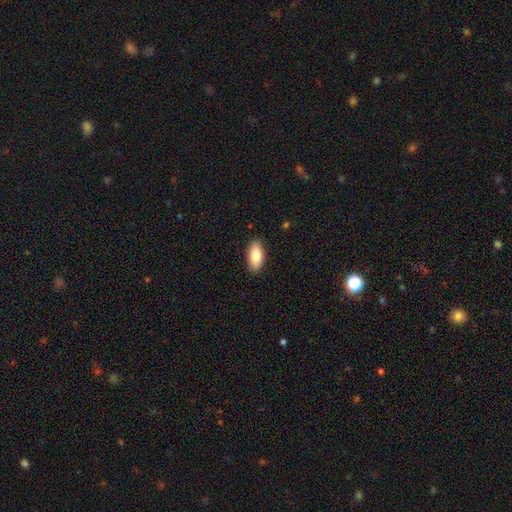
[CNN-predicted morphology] This appears to be a smooth galaxy with no disk features (81%) that is in between round and cigar-shaped (90%). Merging: none (89%).